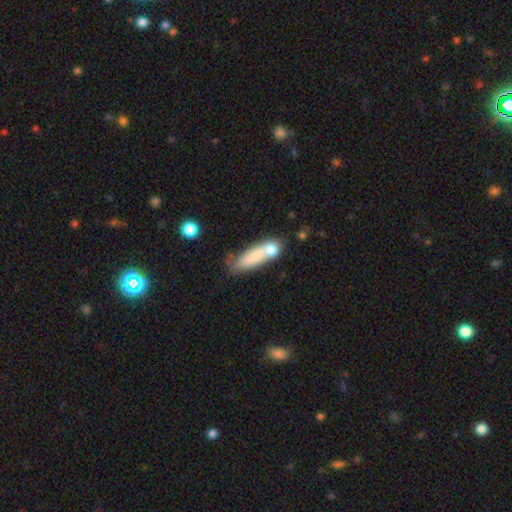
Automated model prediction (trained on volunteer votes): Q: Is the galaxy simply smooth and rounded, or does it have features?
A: smooth — 71%.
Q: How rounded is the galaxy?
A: cigar-shaped — 56%.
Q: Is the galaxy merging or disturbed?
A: none — 37%, tied with merger.